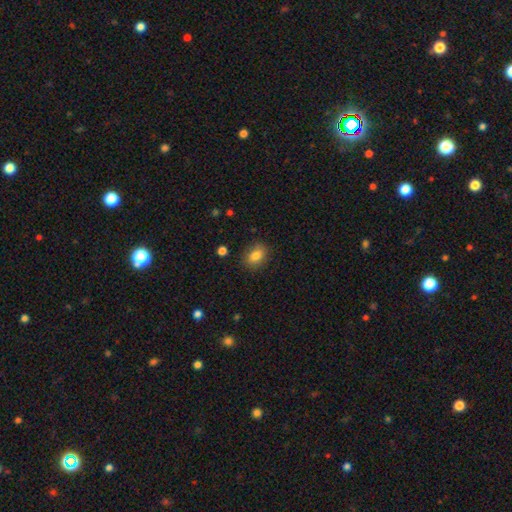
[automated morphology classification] smooth 82%, star or artifact 10%, featured or disk 9%. Down the decision tree: how rounded — in between (64%); merging — none (84%).